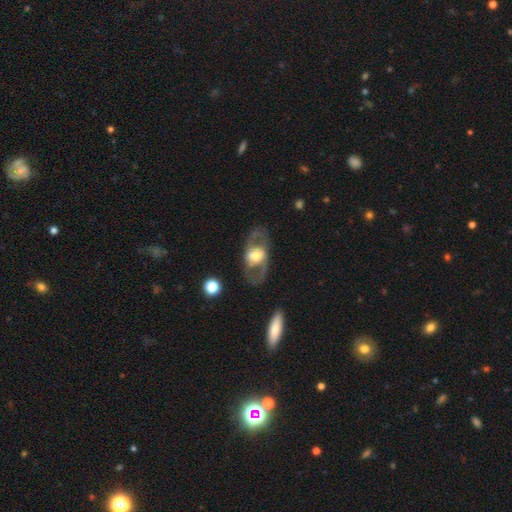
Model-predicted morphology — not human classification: Overall: featured or disk (69%). Edge-on disk: no (90%). Bar: no (54%; weak 29%). Spiral arms: yes (54%; no 46%). Bulge size: moderate (54%; large 28%). Merging: none (73%).